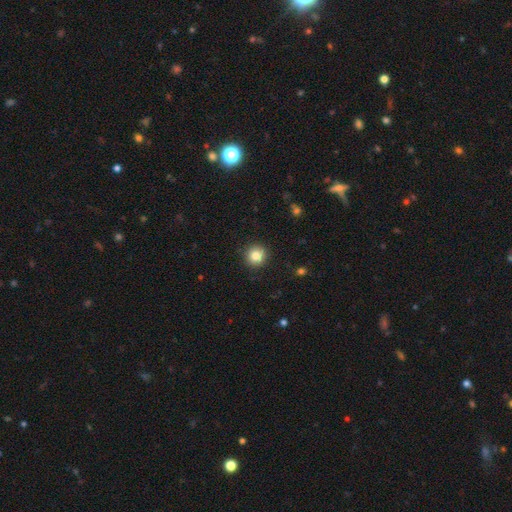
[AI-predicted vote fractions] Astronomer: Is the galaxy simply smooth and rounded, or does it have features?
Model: smooth — 84%.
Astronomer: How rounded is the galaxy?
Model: round — 94%.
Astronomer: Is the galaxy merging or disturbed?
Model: none — 92%.